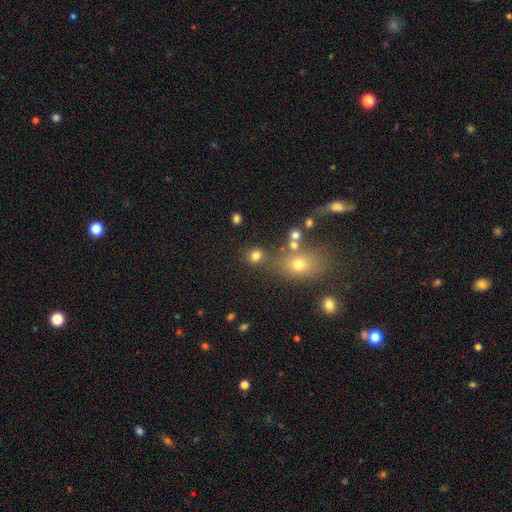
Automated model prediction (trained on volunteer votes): Overall: smooth (76%). How rounded: round (68%; in between 31%). Merging: none (65%).